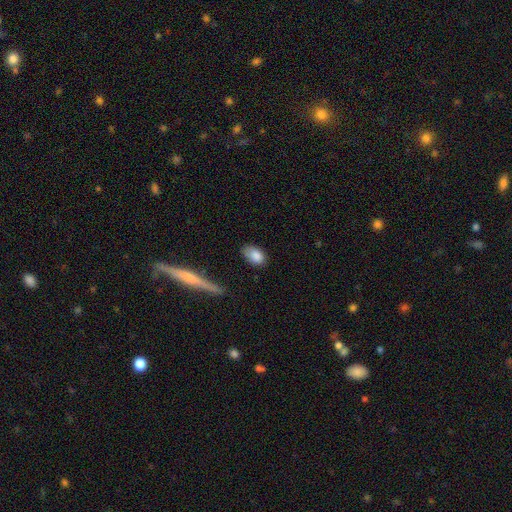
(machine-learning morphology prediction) Q: Smooth or featured?
A: smooth (85%); runner-up: featured or disk (8%)
Q: How rounded?
A: in between (89%); runner-up: round (8%)
Q: Merging?
A: none (67%); runner-up: minor disturbance (24%)